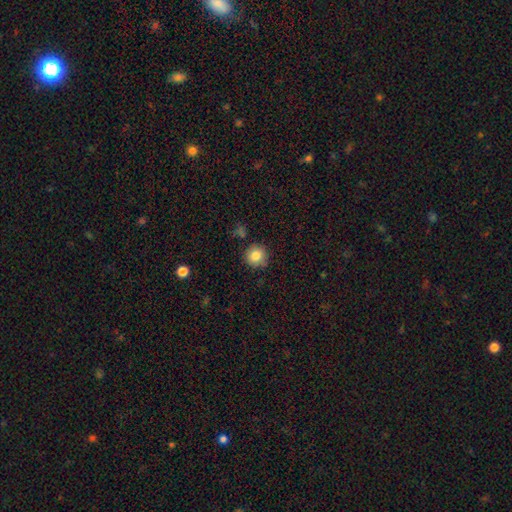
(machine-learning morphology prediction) Smooth or featured? Predicted: smooth (p=0.84). How rounded? Predicted: round (p=0.94). Merging? Predicted: none (p=0.85).